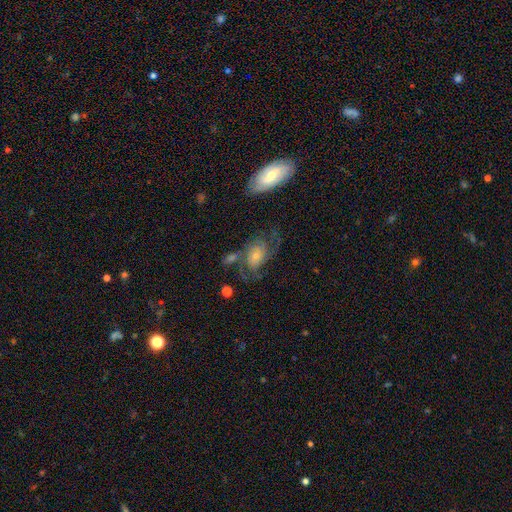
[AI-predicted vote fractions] Smooth or featured?
  - featured or disk: 69% *
  - smooth: 21%
  - star or artifact: 10%
Edge-on disk?
  - no: 96% *
  - yes: 4%
Bar?
  - no: 65% *
  - weak: 28%
  - strong: 6%
Spiral arms?
  - yes: 91% *
  - no: 9%
Spiral winding?
  - medium: 47% *
  - tight: 30%
  - loose: 22%
Spiral arm count?
  - 2: 69% *
  - can't tell: 15%
  - 3: 7%
  - 1: 4%
  - 4: 3%
  - more than 4: 2%
Bulge size?
  - small: 50% *
  - moderate: 35%
  - large: 7%
  - none: 5%
  - dominant: 2%
Merging?
  - none: 54% *
  - minor disturbance: 19%
  - major disturbance: 17%
  - merger: 10%